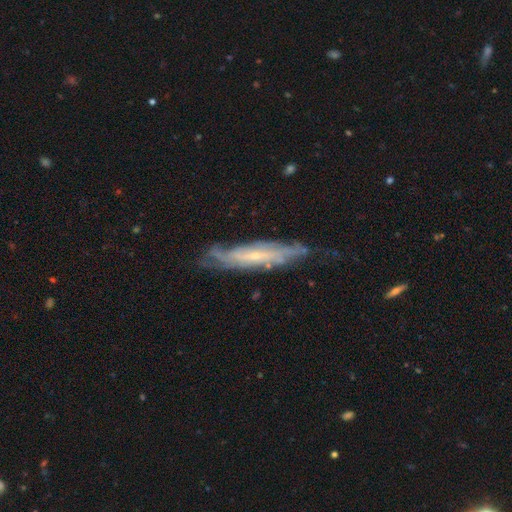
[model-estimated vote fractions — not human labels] Overall: featured or disk (78%). Edge-on disk: no (55%; yes 45%). Merging: none (66%).